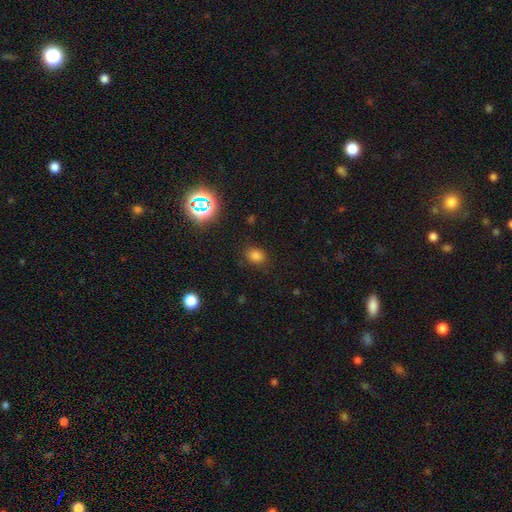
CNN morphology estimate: This is likely a smooth galaxy (76%). How rounded: possibly in between (58%). Merging: clearly none (82%).